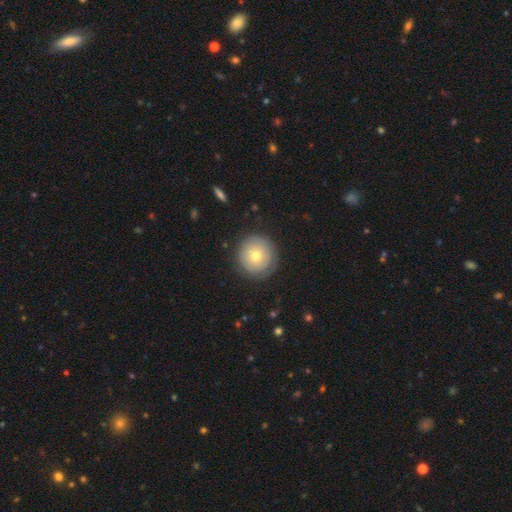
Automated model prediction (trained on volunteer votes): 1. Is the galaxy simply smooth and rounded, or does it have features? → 62% smooth, 30% featured or disk, 8% star or artifact.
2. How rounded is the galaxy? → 95% round, 4% in between, 1% cigar-shaped.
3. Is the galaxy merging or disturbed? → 85% none, 11% minor disturbance, 4% major disturbance, 1% merger.